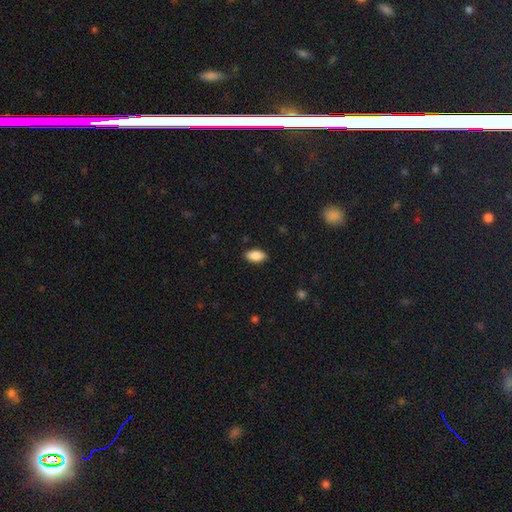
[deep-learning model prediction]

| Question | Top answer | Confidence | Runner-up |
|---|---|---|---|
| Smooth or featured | smooth | 88% | star or artifact (7%) |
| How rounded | in between | 93% | cigar-shaped (4%) |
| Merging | none | 88% | minor disturbance (9%) |